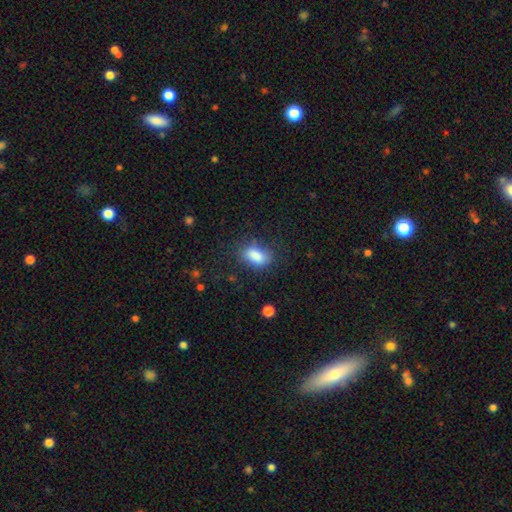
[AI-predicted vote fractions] This is clearly a smooth galaxy (85%). How rounded: clearly in between (88%). Merging: likely none (71%).